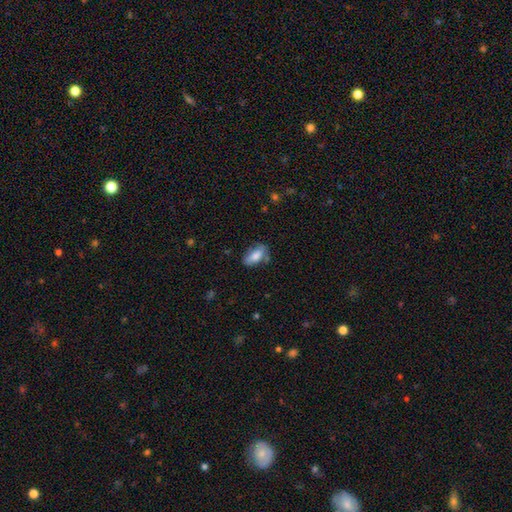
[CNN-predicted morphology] smooth-or-featured: smooth: 74% | featured or disk: 19% | star or artifact: 7%
  how-rounded: in between: 88% | cigar-shaped: 8% | round: 4%
  merging: none: 60% | minor disturbance: 27% | major disturbance: 9% | merger: 4%